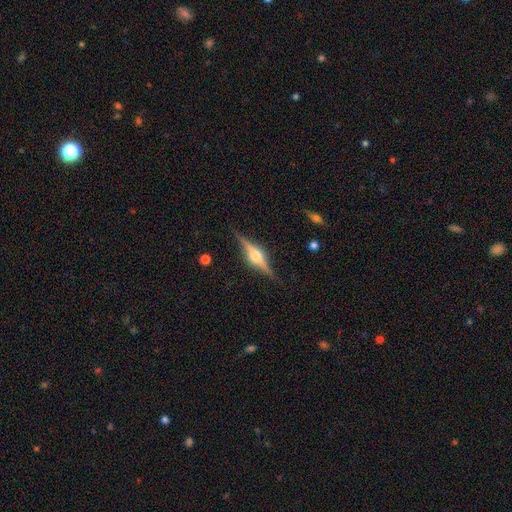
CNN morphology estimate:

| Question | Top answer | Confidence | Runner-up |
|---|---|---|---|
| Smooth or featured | featured or disk | 84% | smooth (10%) |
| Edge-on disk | yes | 98% | no (2%) |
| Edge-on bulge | rounded | 93% | boxy (6%) |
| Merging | none | 88% | minor disturbance (9%) |